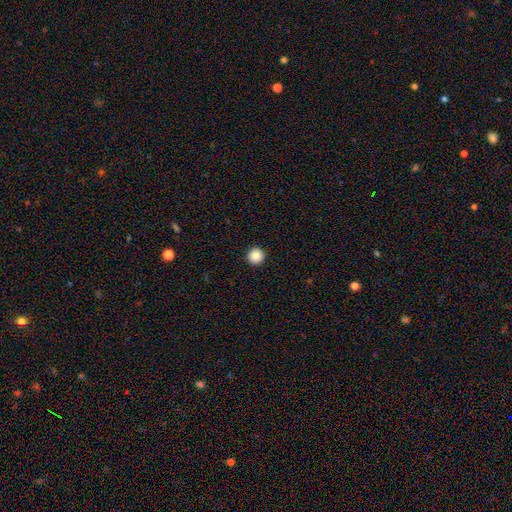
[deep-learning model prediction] Morphology: type=smooth (86%); roundness=round (97%); merging=none (94%).